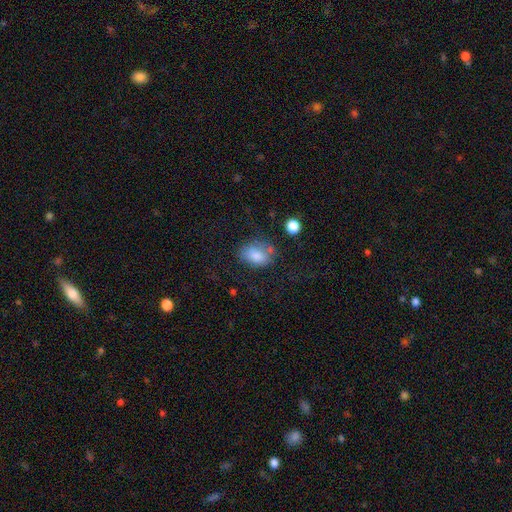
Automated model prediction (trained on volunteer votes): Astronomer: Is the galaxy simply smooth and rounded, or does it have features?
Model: smooth — 73%.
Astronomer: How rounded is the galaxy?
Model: in between — 77%.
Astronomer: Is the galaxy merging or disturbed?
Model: none — 60%.